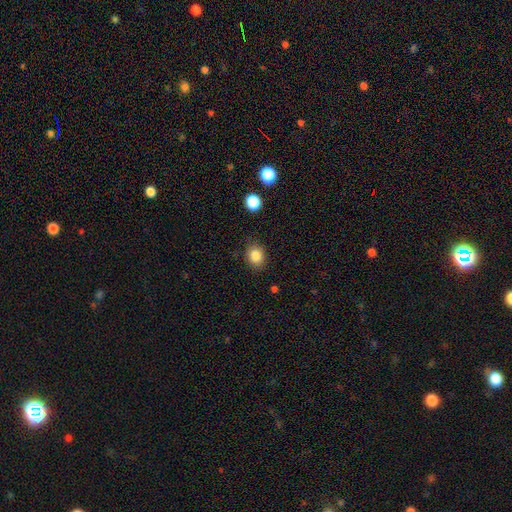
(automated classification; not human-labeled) Smooth or featured: smooth — 84% (star or artifact — 11%)
How rounded: round — 59% (in between — 40%)
Merging: none — 86% (minor disturbance — 10%)